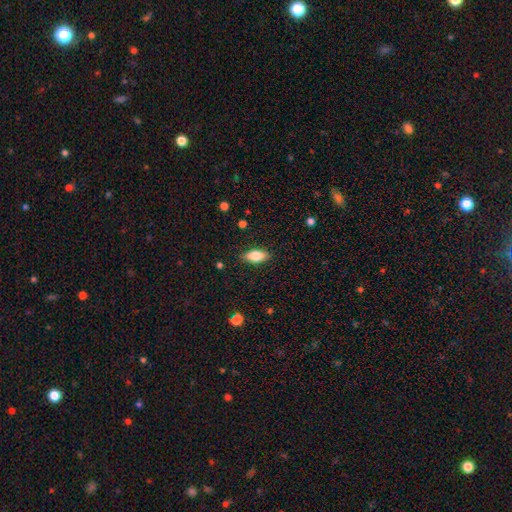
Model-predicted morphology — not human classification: smooth 78%, featured or disk 15%, star or artifact 7%. Down the decision tree: how rounded — in between (84%); merging — none (87%).